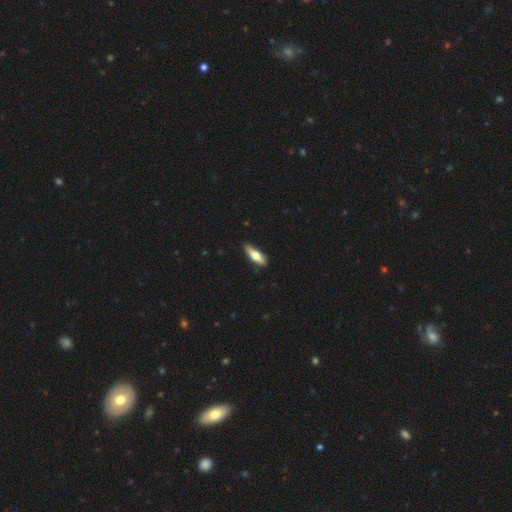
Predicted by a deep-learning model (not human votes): Smooth or featured: smooth — 60% (featured or disk — 34%)
How rounded: cigar-shaped — 51% (in between — 47%)
Merging: none — 84% (minor disturbance — 13%)